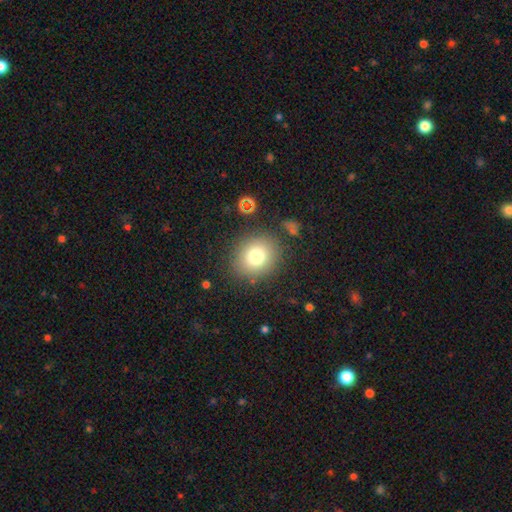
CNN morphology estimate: Overall: smooth (77%). How rounded: round (76%). Merging: none (87%).